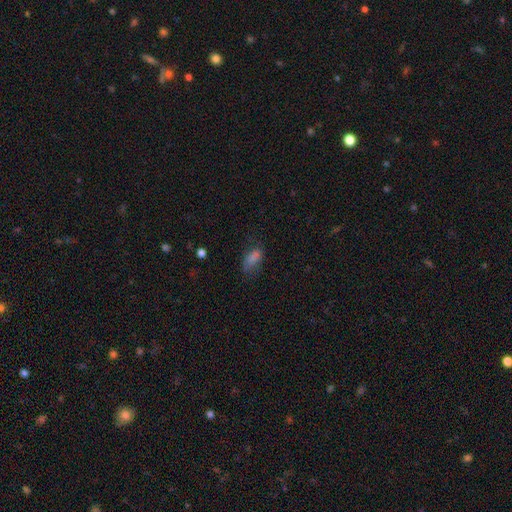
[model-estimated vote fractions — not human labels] This appears to be a smooth galaxy with no disk features (66%) that is in between round and cigar-shaped (84%). Merging: none (62%).